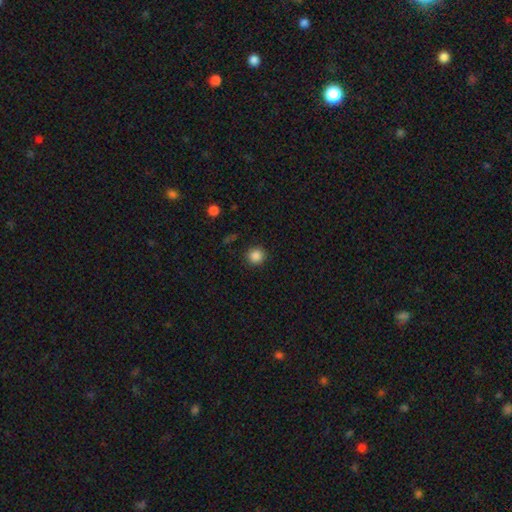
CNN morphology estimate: This appears to be a smooth galaxy with no disk features (86%) that is round (93%). Merging: none (90%).